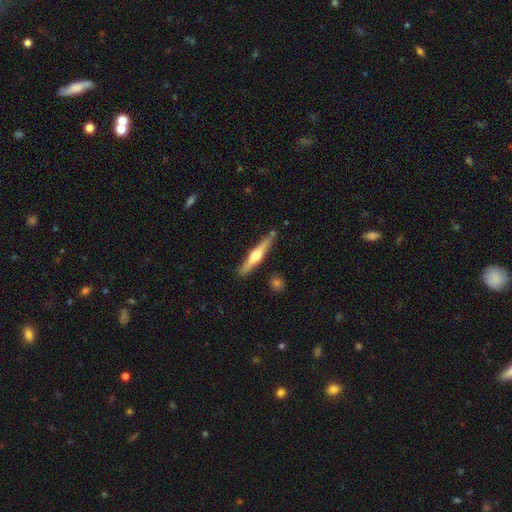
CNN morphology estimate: This is possibly a featured or disk galaxy (59%). It is clearly viewed edge-on (97%). Edge-on bulge: clearly rounded (90%). Merging: clearly none (83%).